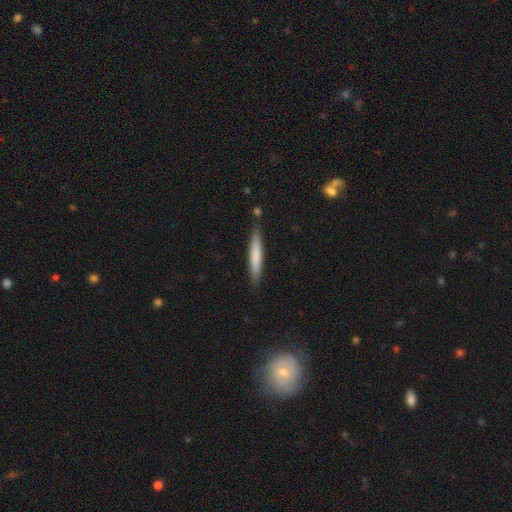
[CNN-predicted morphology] This is likely a smooth galaxy (69%). How rounded: clearly cigar-shaped (95%). Merging: clearly none (86%).